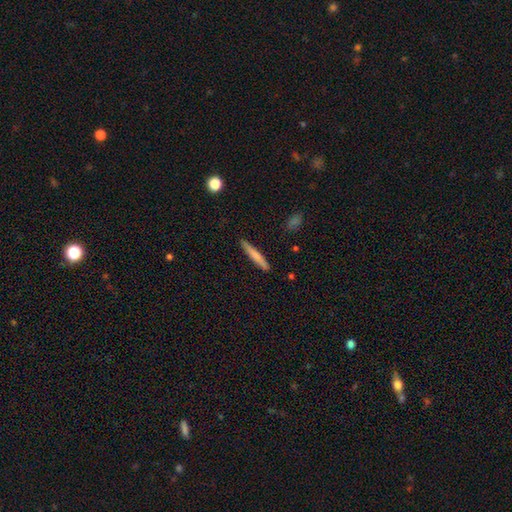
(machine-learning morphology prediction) This appears to be a smooth galaxy with no disk features (69%) that is cigar-shaped (95%). Merging: none (89%).